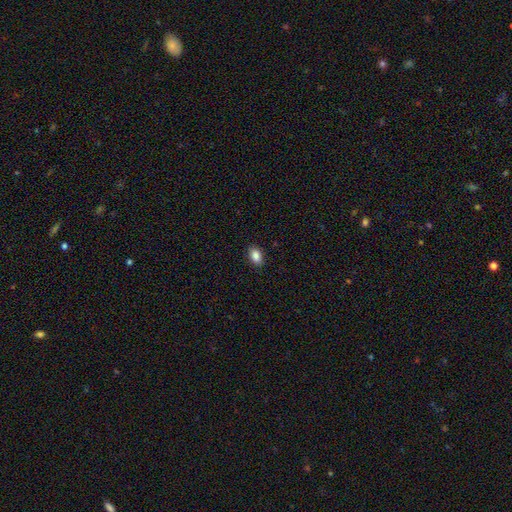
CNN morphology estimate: Smooth or featured? Predicted: smooth (p=0.87). How rounded? Predicted: in between (p=0.87). Merging? Predicted: none (p=0.89).